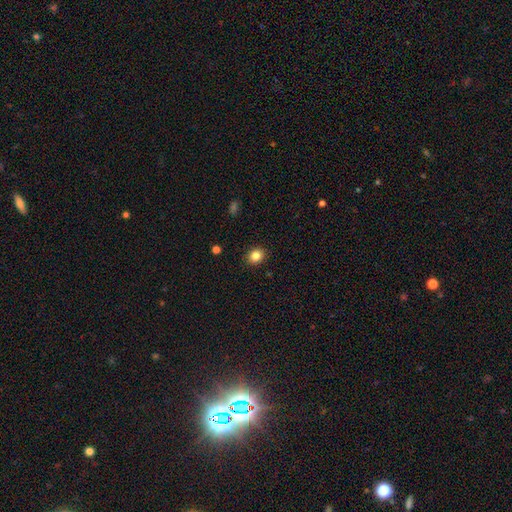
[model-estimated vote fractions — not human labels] A smooth galaxy with no disk features (85%) that is round (65%). Merging: none (90%).